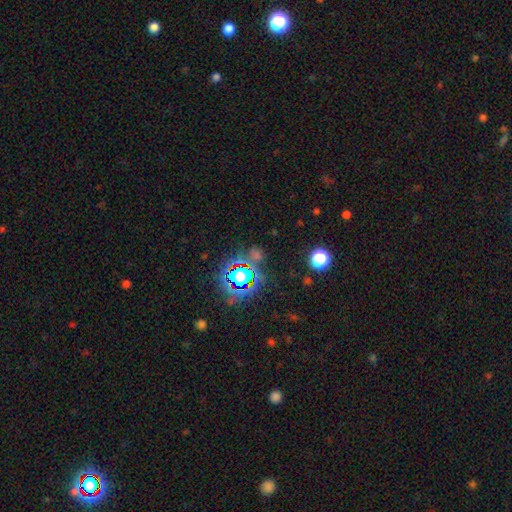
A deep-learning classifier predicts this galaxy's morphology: smooth-or-featured: star or artifact: 63% | smooth: 28% | featured or disk: 9%